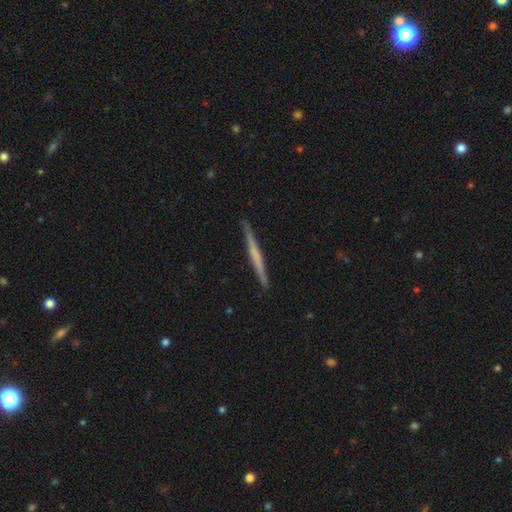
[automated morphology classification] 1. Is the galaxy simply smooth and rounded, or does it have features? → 53% featured or disk, 42% smooth, 5% star or artifact.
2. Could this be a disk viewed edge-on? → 98% yes, 2% no.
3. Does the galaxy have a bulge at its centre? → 77% none, 14% rounded, 8% boxy.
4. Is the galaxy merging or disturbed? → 91% none, 6% minor disturbance, 1% major disturbance, 1% merger.